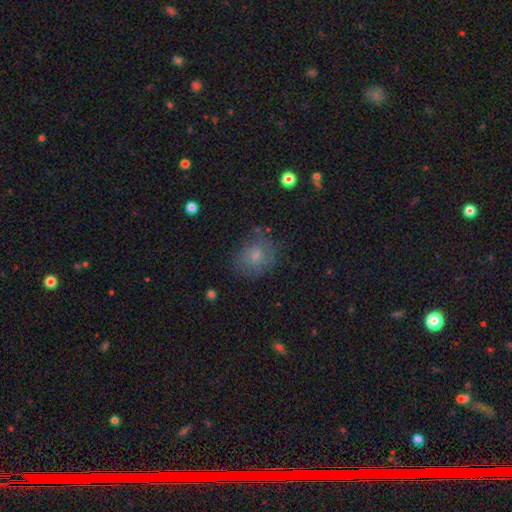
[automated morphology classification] smooth_or_featured: smooth (p=0.70) [alt: featured or disk p=0.18]
how_rounded: round (p=0.56) [alt: in between p=0.43]
merging: none (p=0.66) [alt: minor disturbance p=0.22]